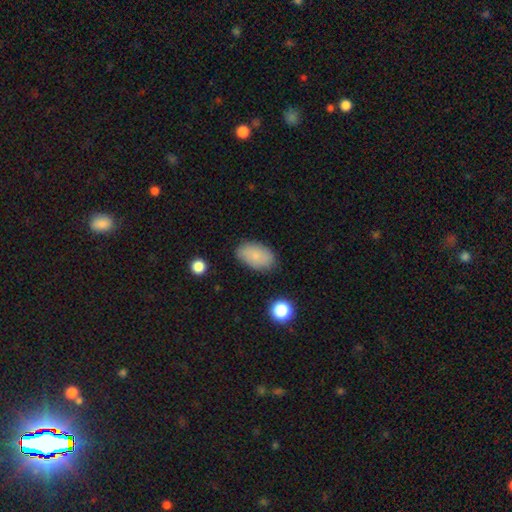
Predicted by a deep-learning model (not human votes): Q: Smooth or featured?
A: smooth (83%); runner-up: featured or disk (9%)
Q: How rounded?
A: in between (93%); runner-up: round (6%)
Q: Merging?
A: none (82%); runner-up: minor disturbance (13%)